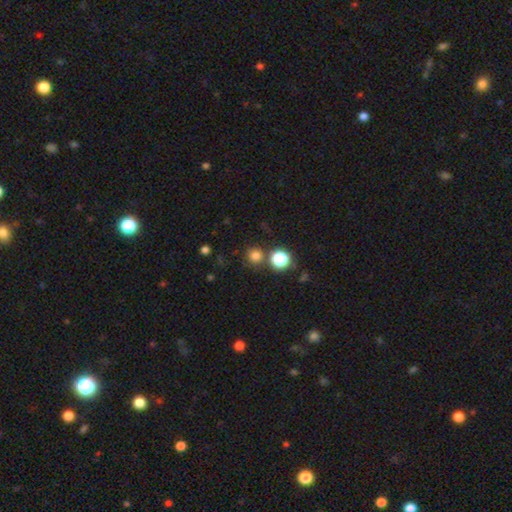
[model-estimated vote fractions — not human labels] smooth 75%, star or artifact 20%, featured or disk 5%. Down the decision tree: how rounded — round (93%); merging — none (78%).